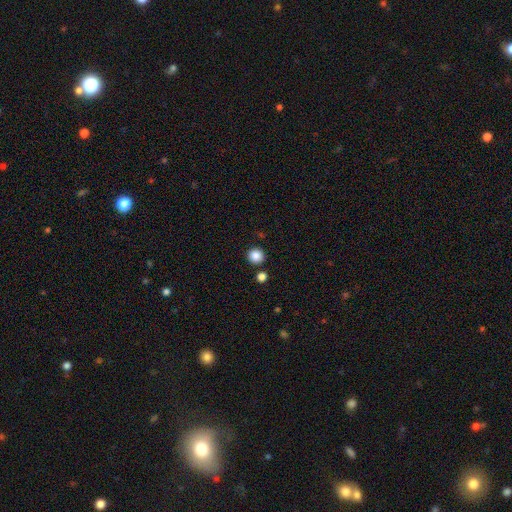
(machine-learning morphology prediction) Smooth or featured? Predicted: smooth (p=0.86). How rounded? Predicted: round (p=0.92). Merging? Predicted: none (p=0.87).